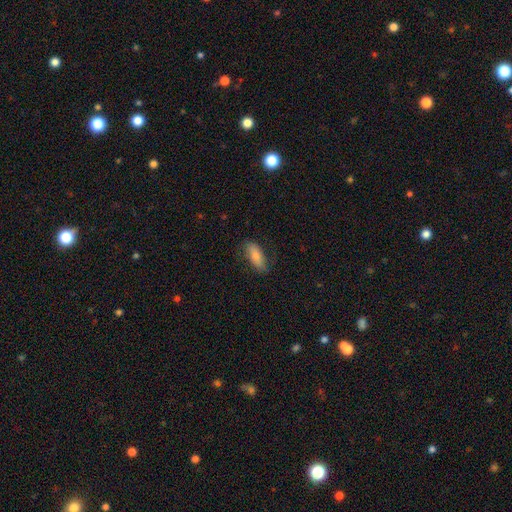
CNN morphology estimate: smooth_or_featured: smooth (p=0.67) [alt: featured or disk p=0.25]
how_rounded: in between (p=0.71) [alt: cigar-shaped p=0.26]
merging: none (p=0.77) [alt: minor disturbance p=0.17]